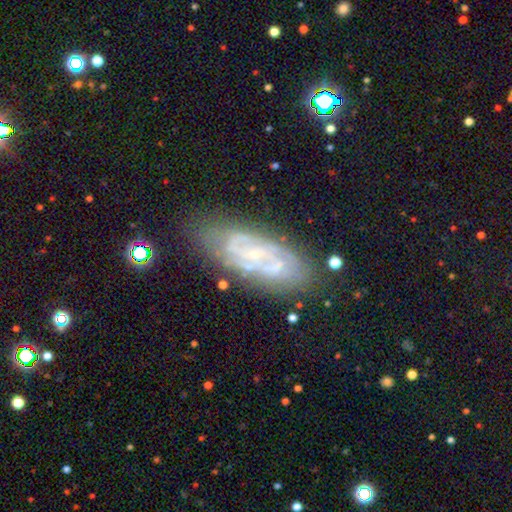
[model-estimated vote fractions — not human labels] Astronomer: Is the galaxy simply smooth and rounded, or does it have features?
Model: featured or disk — 76%.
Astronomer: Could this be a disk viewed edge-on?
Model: no — 89%.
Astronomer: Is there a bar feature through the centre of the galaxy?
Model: no — 53% (runner-up: weak, 34%).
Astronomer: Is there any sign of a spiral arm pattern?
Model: yes — 86%.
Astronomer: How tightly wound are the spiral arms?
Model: tight — 60%.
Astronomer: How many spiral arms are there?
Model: can't tell — 38% (runner-up: 2, 35%).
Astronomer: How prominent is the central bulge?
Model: small — 76%.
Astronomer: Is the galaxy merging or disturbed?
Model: none — 77%.